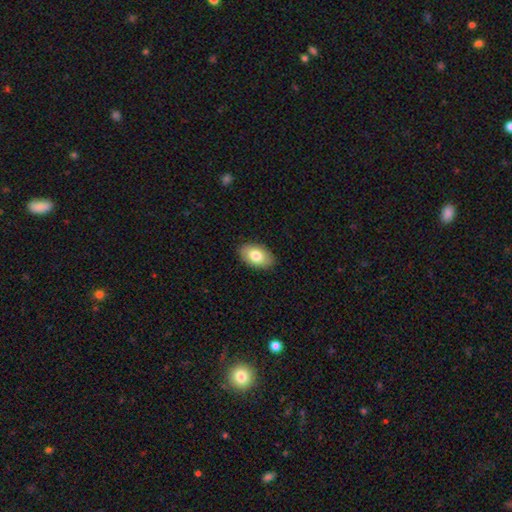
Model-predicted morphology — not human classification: Smooth or featured?
  - smooth: 80% *
  - featured or disk: 14%
  - star or artifact: 7%
How rounded?
  - in between: 93% *
  - round: 6%
  - cigar-shaped: 1%
Merging?
  - none: 88% *
  - minor disturbance: 9%
  - major disturbance: 2%
  - merger: 1%